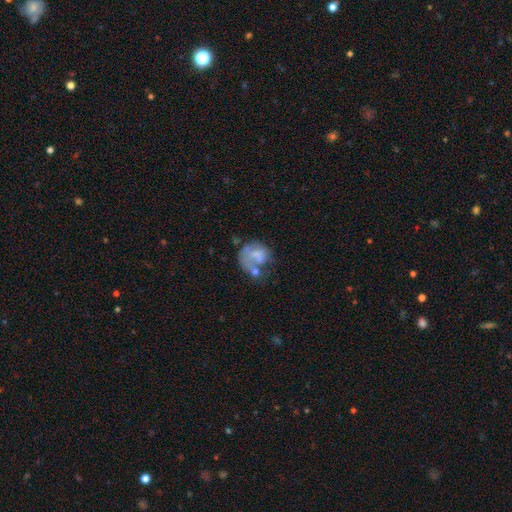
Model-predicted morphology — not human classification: A smooth galaxy with no disk features (47%).

Vote fractions:
- Smooth or featured? smooth: 47% / featured or disk: 43% / star or artifact: 10%
- Merging? major disturbance: 31% / none: 28% / merger: 22% / minor disturbance: 19%